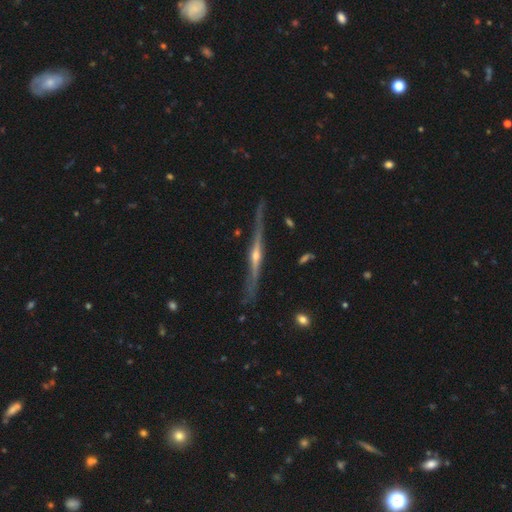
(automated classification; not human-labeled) Overall: featured or disk (86%). Edge-on disk: yes (97%). Edge-on bulge: rounded (86%). Merging: none (79%).